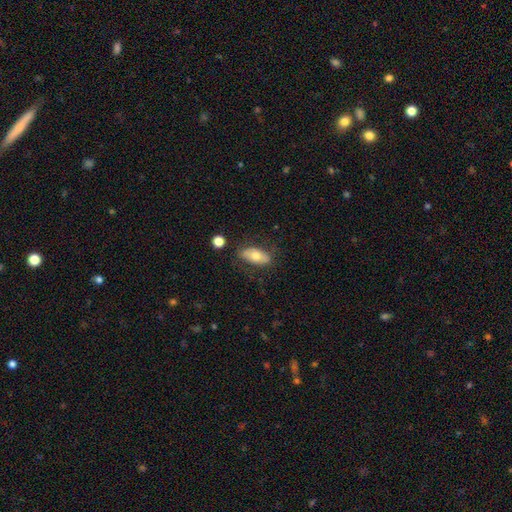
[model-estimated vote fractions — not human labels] Overall: smooth (65%; featured or disk 28%). How rounded: in between (88%). Merging: none (76%).